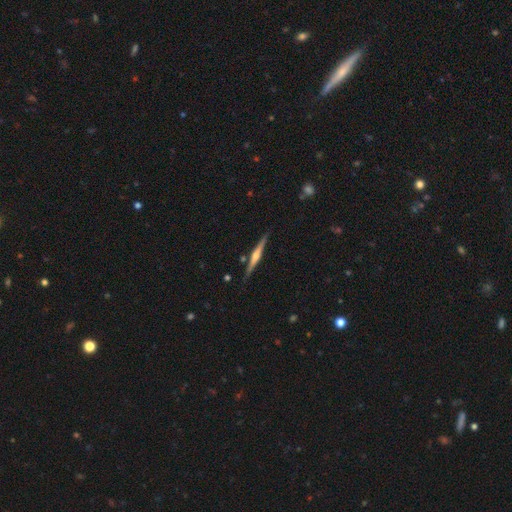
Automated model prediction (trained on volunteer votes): featured or disk 76%, smooth 18%, star or artifact 6%. Down the decision tree: edge-on disk — yes (98%); edge-on bulge — rounded (84%); merging — none (86%).